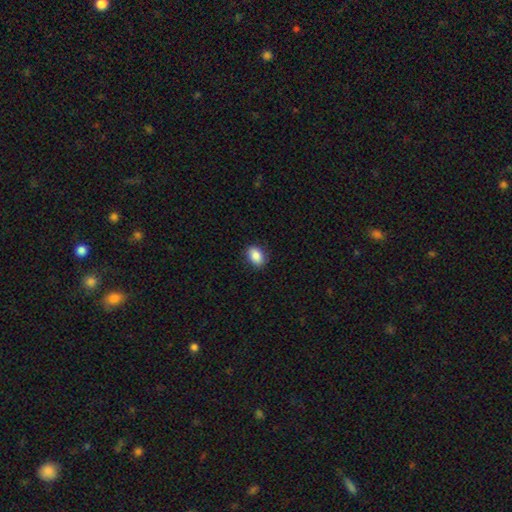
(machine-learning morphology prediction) smooth 88%, star or artifact 8%, featured or disk 5%. Down the decision tree: how rounded — in between (77%); merging — none (87%).